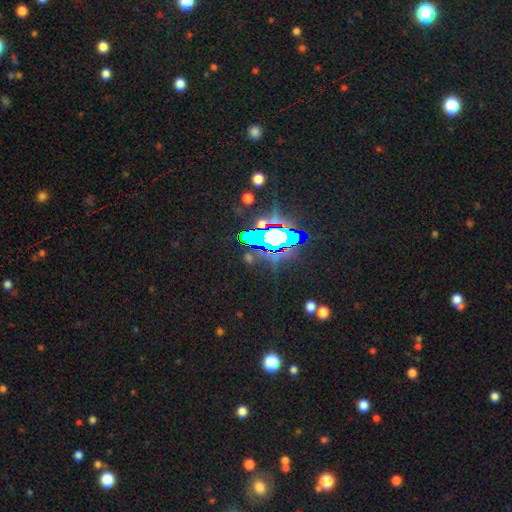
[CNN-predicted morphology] smooth-or-featured: star or artifact: 72% | smooth: 14% | featured or disk: 14%